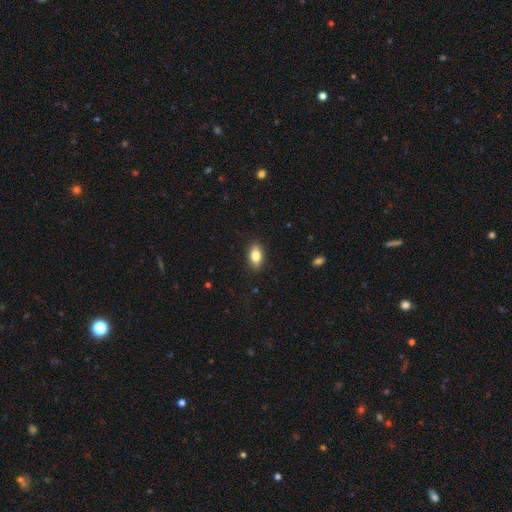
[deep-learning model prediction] Smooth or featured: smooth — 83% (featured or disk — 9%)
How rounded: in between — 90% (round — 6%)
Merging: none — 89% (minor disturbance — 8%)